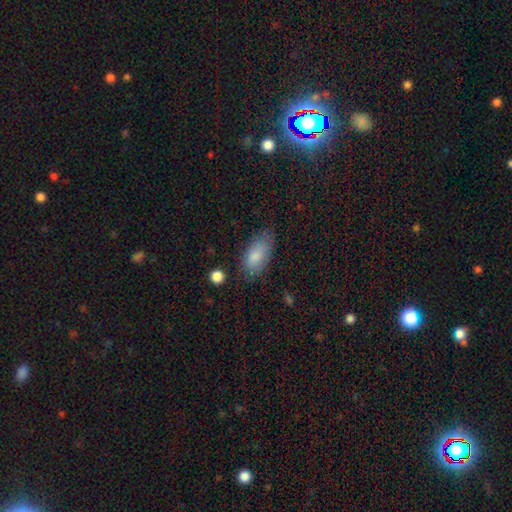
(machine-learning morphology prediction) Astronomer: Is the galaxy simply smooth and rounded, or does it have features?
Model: smooth — 83%.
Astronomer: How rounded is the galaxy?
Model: in between — 90%.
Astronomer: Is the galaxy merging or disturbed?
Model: none — 67%.